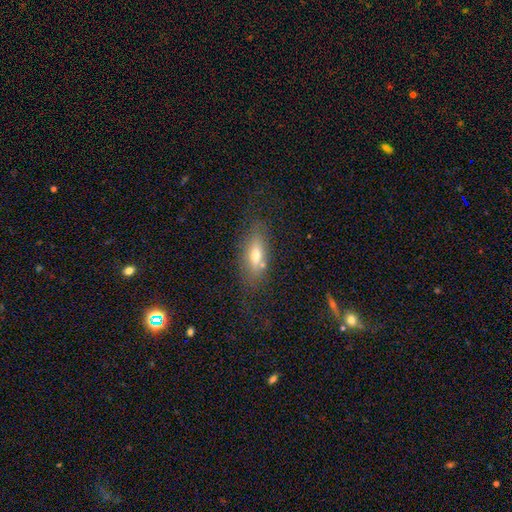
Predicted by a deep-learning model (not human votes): Smooth or featured? Predicted: smooth (p=0.58). How rounded? Predicted: in between (p=0.69). Merging? Predicted: none (p=0.71).